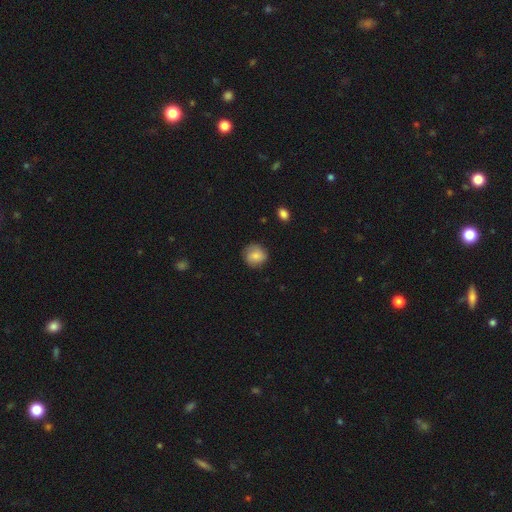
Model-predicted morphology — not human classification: A smooth galaxy with no disk features (79%) that is round (85%). Merging: none (78%).